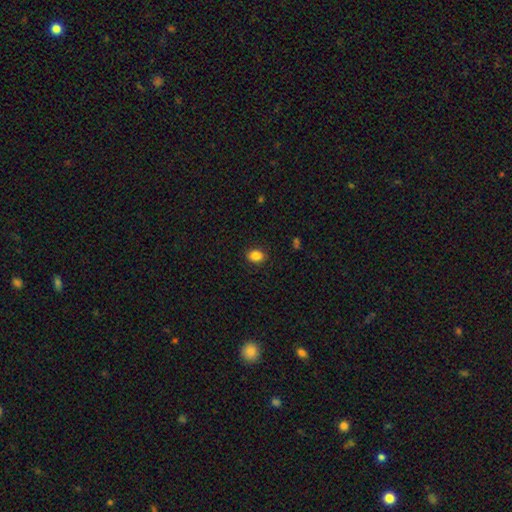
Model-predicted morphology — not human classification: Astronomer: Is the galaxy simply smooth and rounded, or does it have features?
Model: smooth — 86%.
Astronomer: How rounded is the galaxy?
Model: in between — 67%.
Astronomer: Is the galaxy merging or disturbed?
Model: none — 88%.